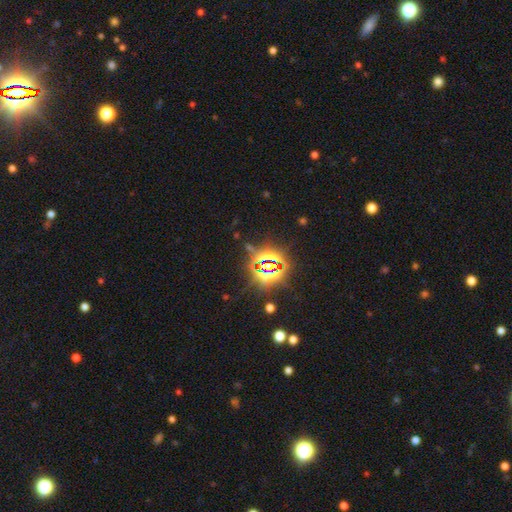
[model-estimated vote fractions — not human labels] The model was most divided on "smooth or featured": star or artifact: 84%, smooth: 9%, featured or disk: 6%.